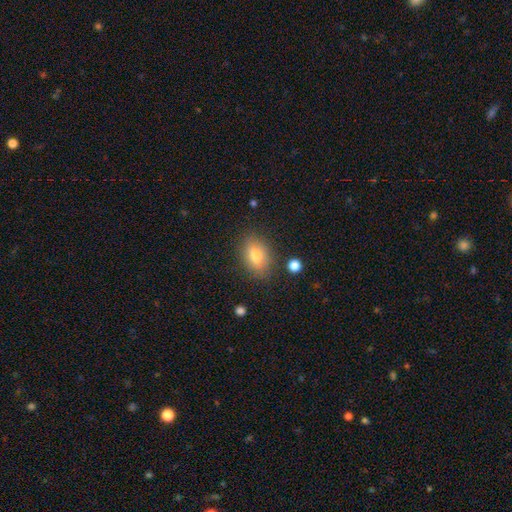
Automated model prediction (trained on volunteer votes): smooth 76%, featured or disk 14%, star or artifact 10%. Down the decision tree: how rounded — in between (81%); merging — none (82%).